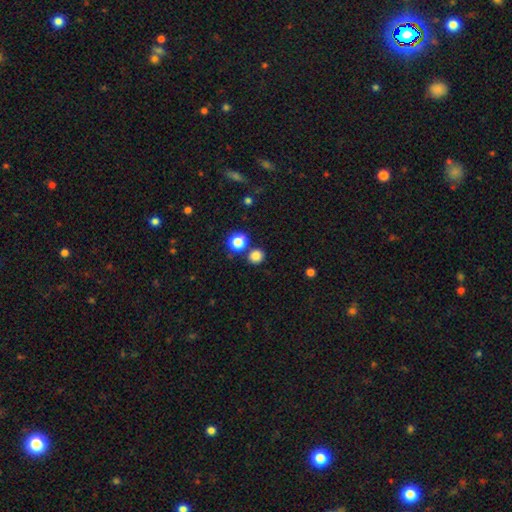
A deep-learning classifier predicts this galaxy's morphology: Smooth or featured? smooth (83%)
How rounded? round (86%)
Merging? none (77%)